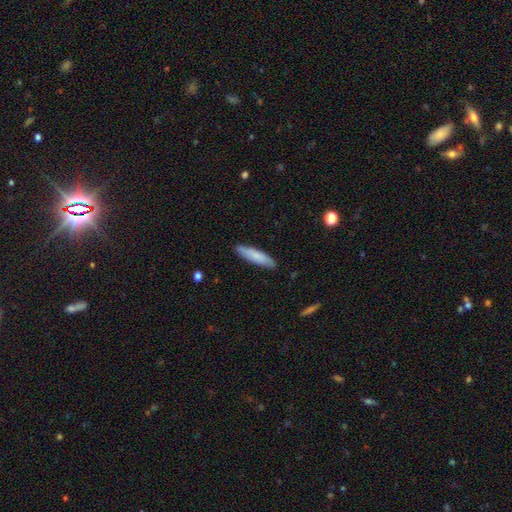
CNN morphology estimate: This appears to be a smooth galaxy with no disk features (76%) that is cigar-shaped (78%). Merging: none (86%).